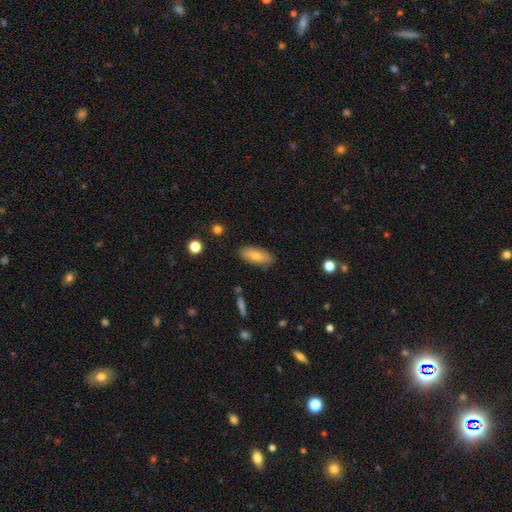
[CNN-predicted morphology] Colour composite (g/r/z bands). It shows a smooth galaxy with no disk features (76%) that is in between round and cigar-shaped (80%). Merging: none (84%).